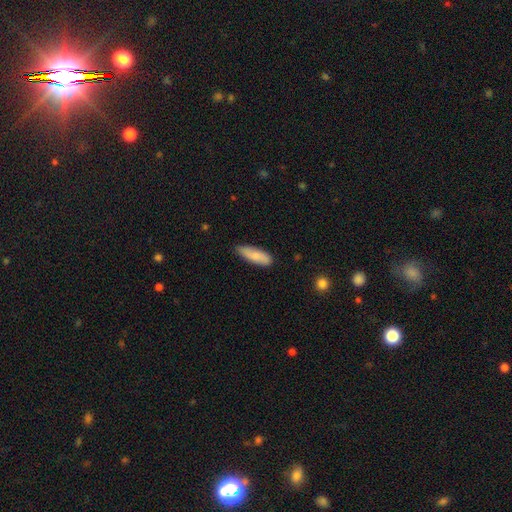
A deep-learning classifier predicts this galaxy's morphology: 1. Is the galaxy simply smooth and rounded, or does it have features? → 78% smooth, 16% featured or disk, 6% star or artifact.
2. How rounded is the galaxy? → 57% in between, 41% cigar-shaped, 2% round.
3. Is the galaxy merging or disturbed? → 80% none, 17% minor disturbance, 2% major disturbance, 1% merger.